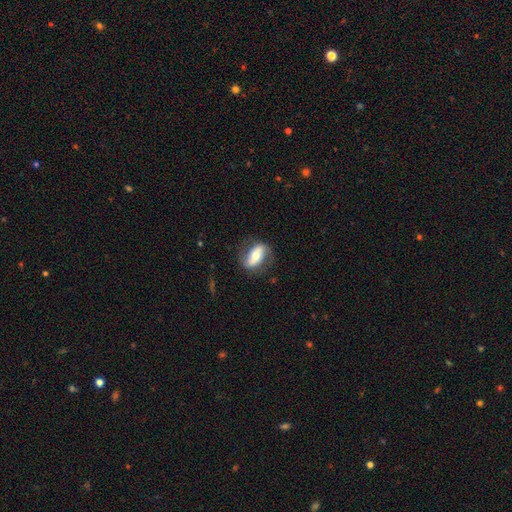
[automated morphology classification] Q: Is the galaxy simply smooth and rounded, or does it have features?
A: featured or disk — 48%.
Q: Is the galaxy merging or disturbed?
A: none — 73%.